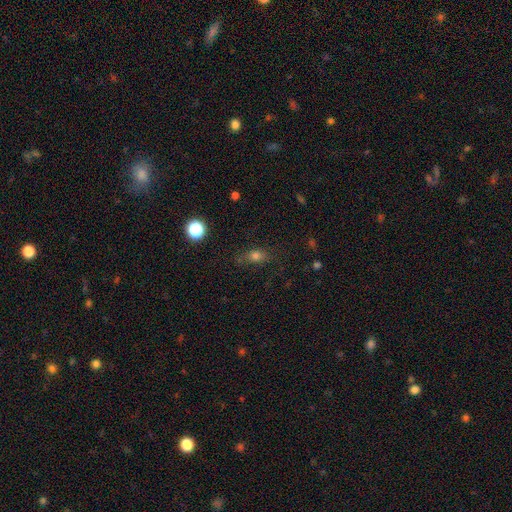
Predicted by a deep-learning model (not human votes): This appears to be a smooth galaxy with no disk features (72%) that is in between round and cigar-shaped (62%). Merging: none (72%).